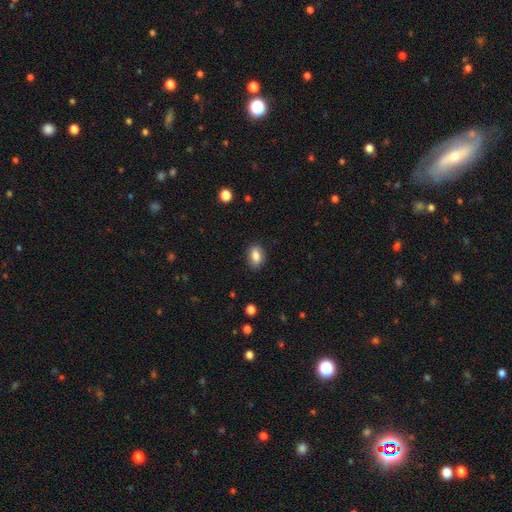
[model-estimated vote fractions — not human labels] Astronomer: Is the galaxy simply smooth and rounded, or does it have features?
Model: smooth — 82%.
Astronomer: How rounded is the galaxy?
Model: in between — 80%.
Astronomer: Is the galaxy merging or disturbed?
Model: none — 85%.